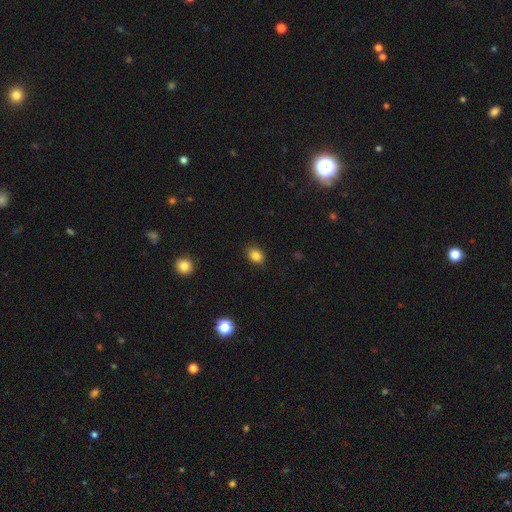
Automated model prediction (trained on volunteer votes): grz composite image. It shows a smooth galaxy with no disk features (85%) that is in between round and cigar-shaped (68%). Merging: none (86%).